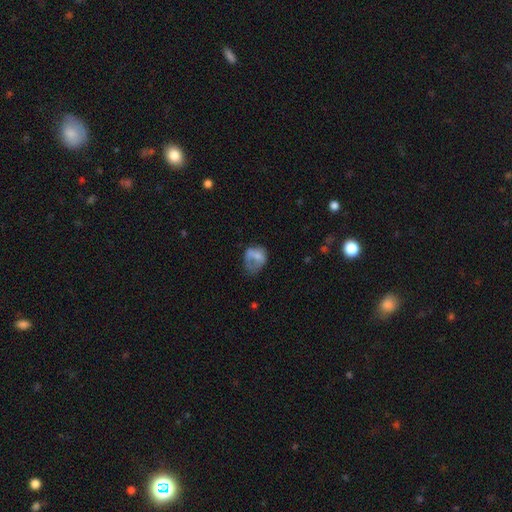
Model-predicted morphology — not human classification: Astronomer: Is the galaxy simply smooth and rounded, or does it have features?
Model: smooth — 61%.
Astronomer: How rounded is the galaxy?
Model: in between — 61% (runner-up: round, 38%).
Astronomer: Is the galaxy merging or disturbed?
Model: major disturbance — 43% (runner-up: minor disturbance, 27%).